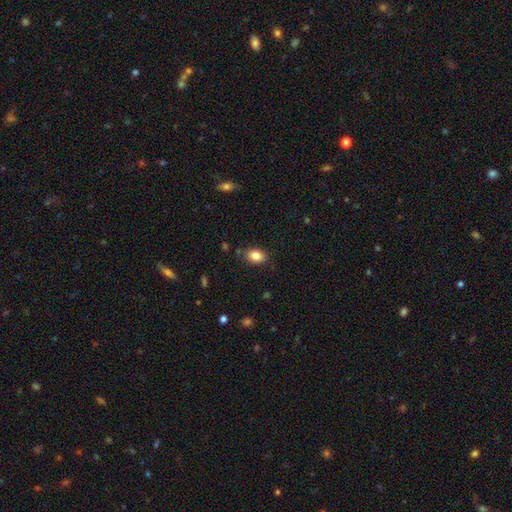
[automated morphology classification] smooth 84%, star or artifact 9%, featured or disk 7%. Down the decision tree: how rounded — in between (79%); merging — none (83%).